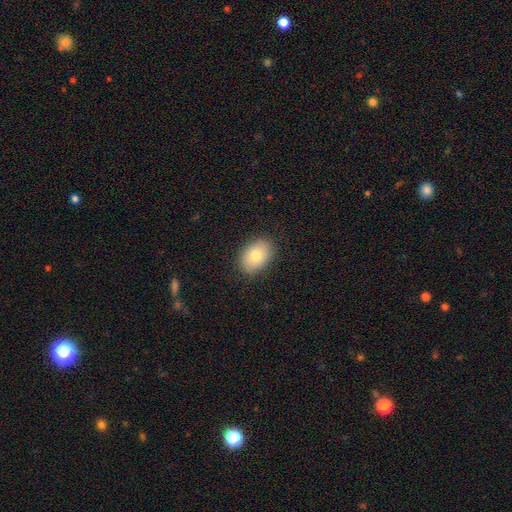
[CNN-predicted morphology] smooth-or-featured: smooth: 79% | featured or disk: 13% | star or artifact: 8%
  how-rounded: in between: 78% | round: 21% | cigar-shaped: 1%
  merging: none: 87% | minor disturbance: 10% | major disturbance: 2% | merger: 1%